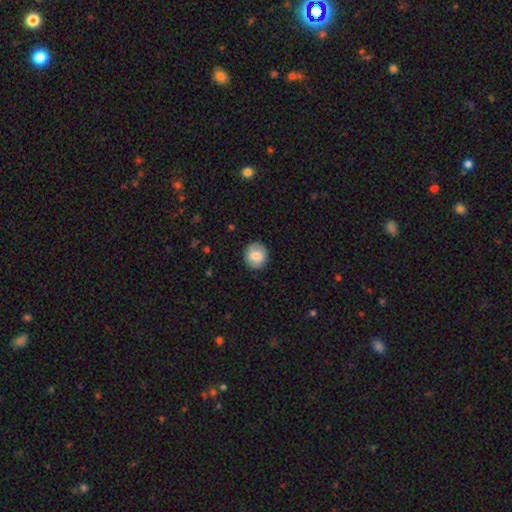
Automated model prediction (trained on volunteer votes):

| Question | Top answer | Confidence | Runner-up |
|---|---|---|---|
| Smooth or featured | smooth | 80% | featured or disk (12%) |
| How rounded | round | 89% | in between (10%) |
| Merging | none | 89% | minor disturbance (8%) |